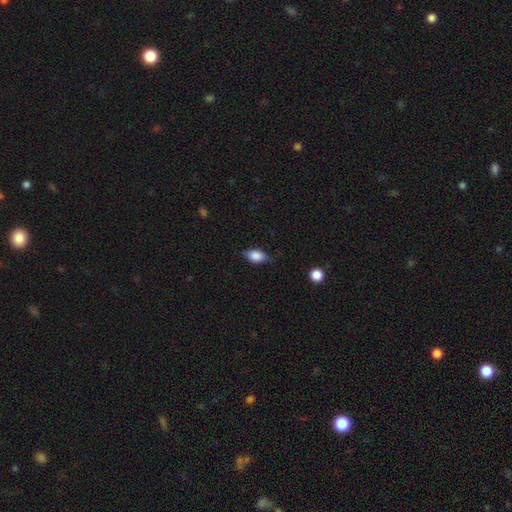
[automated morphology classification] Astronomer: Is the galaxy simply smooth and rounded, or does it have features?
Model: smooth — 82%.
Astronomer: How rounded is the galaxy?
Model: in between — 88%.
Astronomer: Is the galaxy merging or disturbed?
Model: none — 71%.